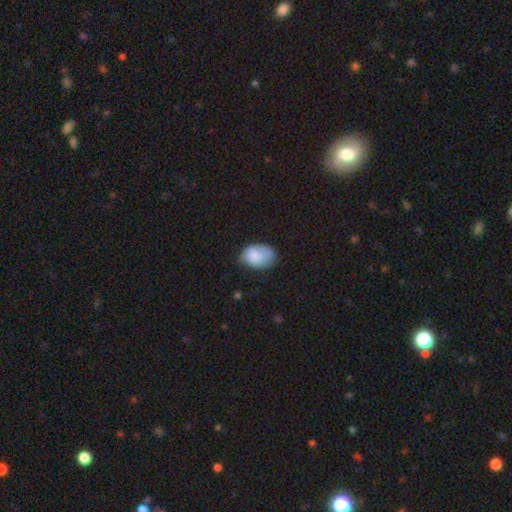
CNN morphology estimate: Smooth or featured?
  - smooth: 81% *
  - featured or disk: 12%
  - star or artifact: 7%
How rounded?
  - in between: 81% *
  - round: 18%
  - cigar-shaped: 1%
Merging?
  - none: 53% *
  - minor disturbance: 35%
  - major disturbance: 9%
  - merger: 2%